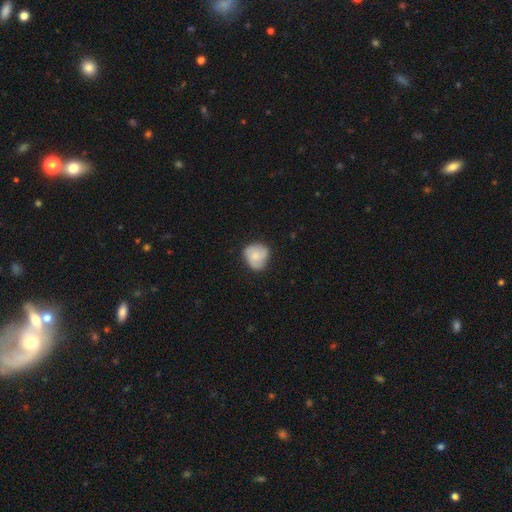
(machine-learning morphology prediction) smooth_or_featured: smooth (p=0.58) [alt: featured or disk p=0.35]
how_rounded: round (p=0.78) [alt: in between p=0.21]
merging: none (p=0.69) [alt: minor disturbance p=0.24]